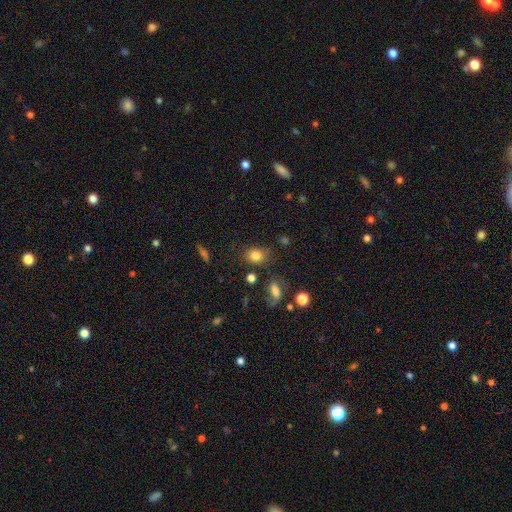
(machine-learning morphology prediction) A smooth galaxy with no disk features (81%) that is in between round and cigar-shaped (51%).

Vote fractions:
- Smooth or featured? smooth: 81% / star or artifact: 11% / featured or disk: 8%
- How rounded? in between: 51% / round: 48% / cigar-shaped: 1%
- Merging? none: 71% / minor disturbance: 18% / major disturbance: 6% / merger: 5%